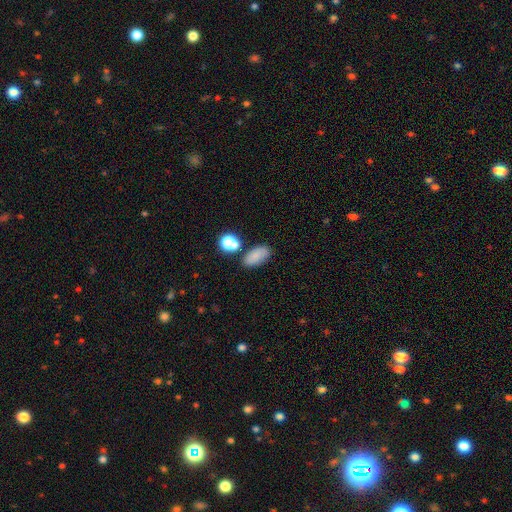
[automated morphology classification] Smooth or featured?
  - smooth: 79% *
  - star or artifact: 12%
  - featured or disk: 9%
How rounded?
  - in between: 87% *
  - round: 9%
  - cigar-shaped: 4%
Merging?
  - none: 72% *
  - minor disturbance: 13%
  - merger: 11%
  - major disturbance: 4%